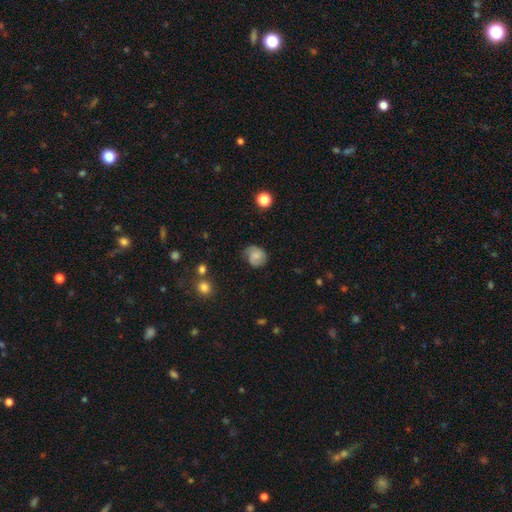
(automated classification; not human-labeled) Smooth or featured: smooth — 54% (featured or disk — 36%)
How rounded: round — 72% (in between — 27%)
Merging: none — 67% (minor disturbance — 23%)